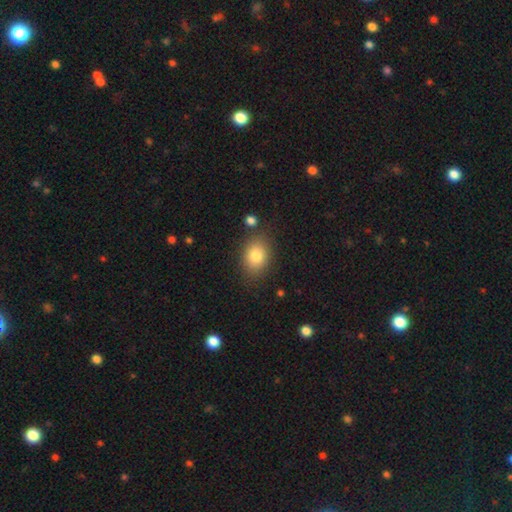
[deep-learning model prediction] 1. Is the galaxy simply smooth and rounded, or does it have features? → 82% smooth, 9% star or artifact, 9% featured or disk.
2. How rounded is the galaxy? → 67% in between, 32% round, 1% cigar-shaped.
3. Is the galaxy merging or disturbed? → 80% none, 12% minor disturbance, 4% merger, 4% major disturbance.